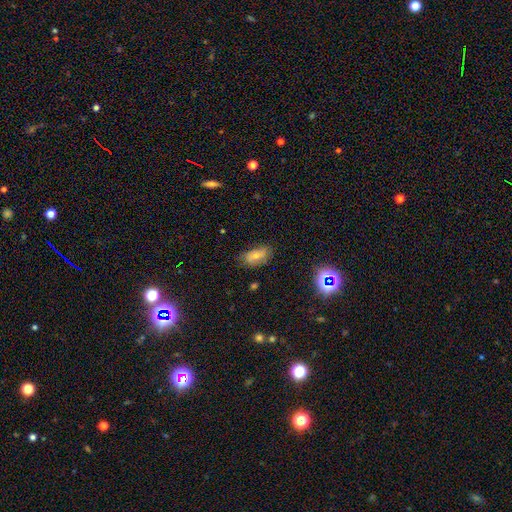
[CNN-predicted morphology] smooth-or-featured: smooth: 60% | featured or disk: 27% | star or artifact: 13%
  how-rounded: in between: 90% | round: 6% | cigar-shaped: 4%
  merging: none: 70% | minor disturbance: 23% | major disturbance: 6% | merger: 2%